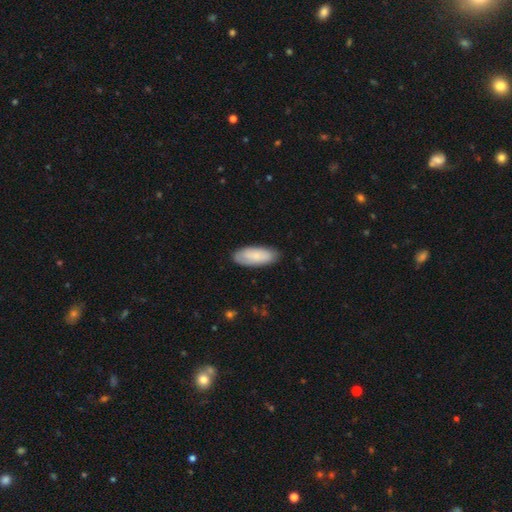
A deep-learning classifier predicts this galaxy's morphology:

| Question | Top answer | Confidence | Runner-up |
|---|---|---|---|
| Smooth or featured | smooth | 80% | featured or disk (15%) |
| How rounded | in between | 79% | cigar-shaped (19%) |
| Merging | none | 84% | minor disturbance (13%) |